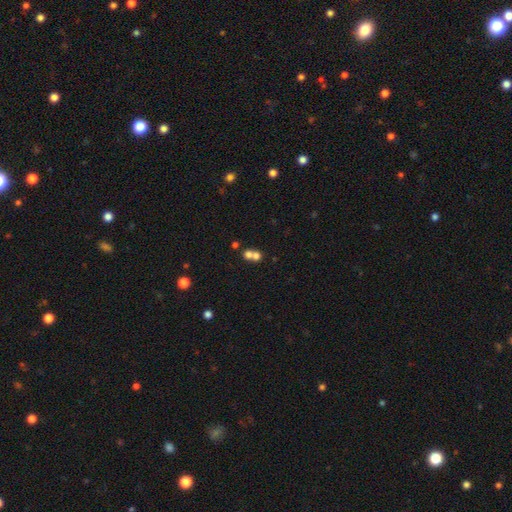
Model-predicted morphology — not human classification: Smooth or featured? Predicted: smooth (p=0.68). How rounded? Predicted: round (p=0.76). Merging? Predicted: merger (p=0.62).